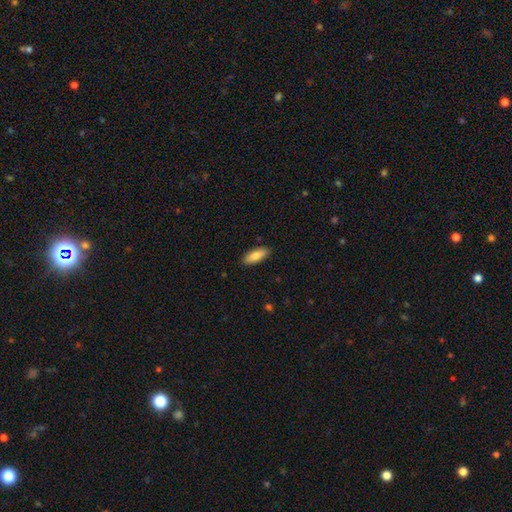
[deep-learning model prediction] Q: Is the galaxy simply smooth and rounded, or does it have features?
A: smooth — 81%.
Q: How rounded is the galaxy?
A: in between — 73%.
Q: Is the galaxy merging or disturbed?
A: none — 89%.